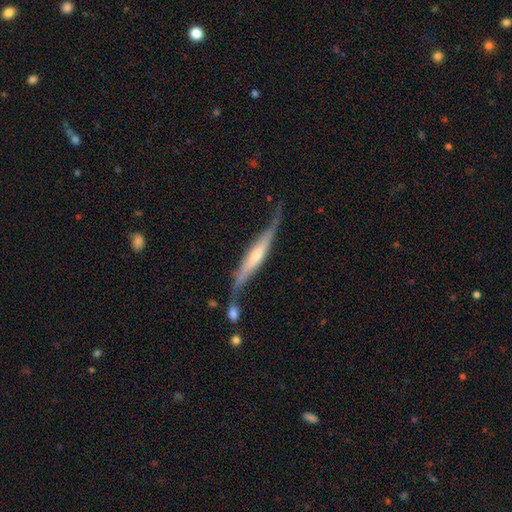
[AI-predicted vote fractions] A featured or disk galaxy (73%) viewed edge-on (83%) with a rounded central bulge (59%).

Vote fractions:
- Smooth or featured? featured or disk: 73% / smooth: 22% / star or artifact: 5%
- Edge-on disk? yes: 83% / no: 17%
- Edge-on bulge? rounded: 59% / boxy: 21% / none: 21%
- Merging? none: 41% / minor disturbance: 25% / merger: 19% / major disturbance: 15%